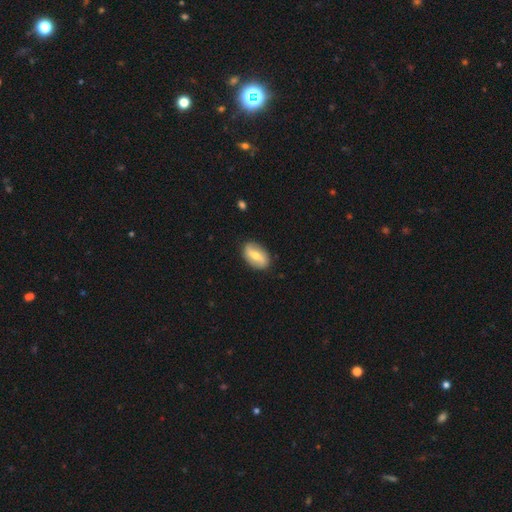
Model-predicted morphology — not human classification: type=featured or disk (49%); merging=none (86%).